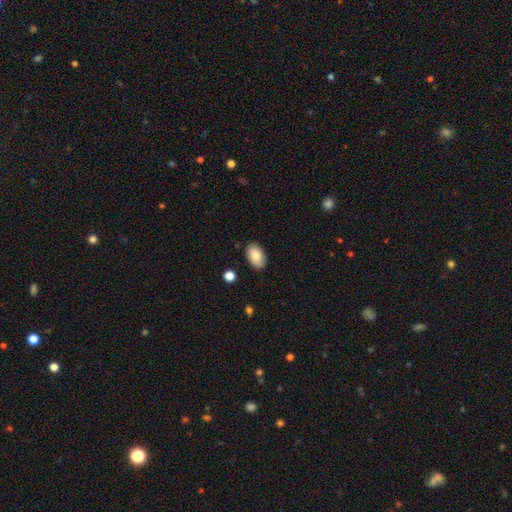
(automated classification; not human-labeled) smooth_or_featured: smooth (p=0.85) [alt: featured or disk p=0.08]
how_rounded: in between (p=0.93) [alt: round p=0.05]
merging: none (p=0.85) [alt: minor disturbance p=0.11]